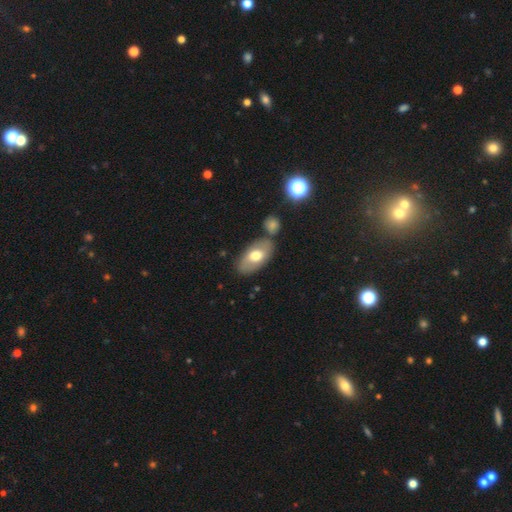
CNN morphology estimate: Overall: smooth (62%; featured or disk 32%). How rounded: in between (92%). Merging: none (71%).